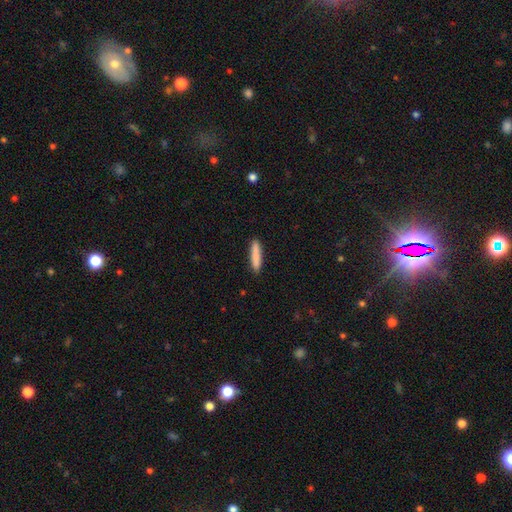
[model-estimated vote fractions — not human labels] Smooth or featured: smooth — 86% (featured or disk — 8%)
How rounded: cigar-shaped — 87% (in between — 12%)
Merging: none — 90% (minor disturbance — 7%)